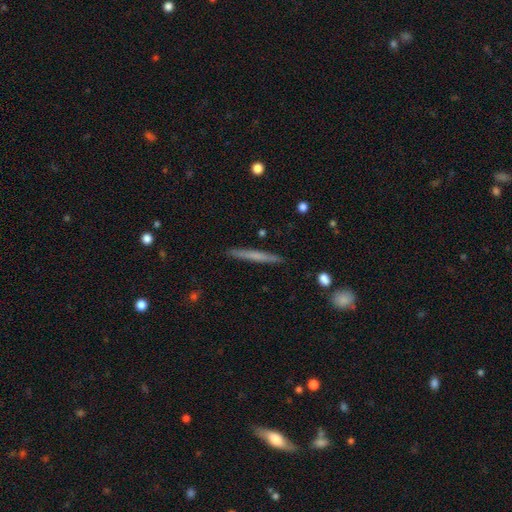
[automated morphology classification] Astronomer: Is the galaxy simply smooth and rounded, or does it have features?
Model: smooth — 56% (runner-up: featured or disk, 38%).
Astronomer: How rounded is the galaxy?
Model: cigar-shaped — 96%.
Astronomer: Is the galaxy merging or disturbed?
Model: none — 91%.